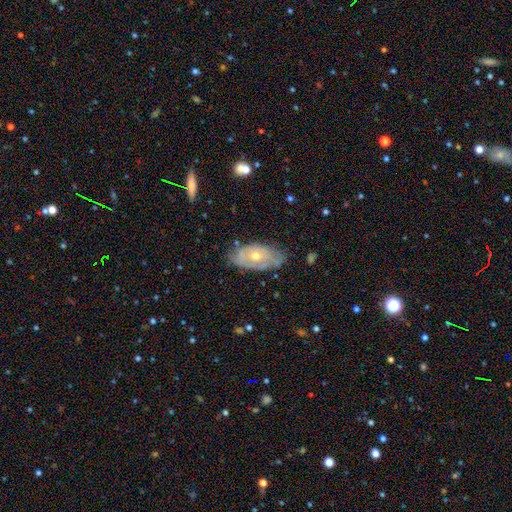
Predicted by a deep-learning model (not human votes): Q: Smooth or featured?
A: featured or disk (67%); runner-up: smooth (25%)
Q: Edge-on disk?
A: no (89%); runner-up: yes (11%)
Q: Bar?
A: no (84%); runner-up: weak (13%)
Q: Spiral arms?
A: yes (62%); runner-up: no (38%)
Q: Bulge size?
A: moderate (53%); runner-up: small (44%)
Q: Merging?
A: none (65%); runner-up: minor disturbance (26%)